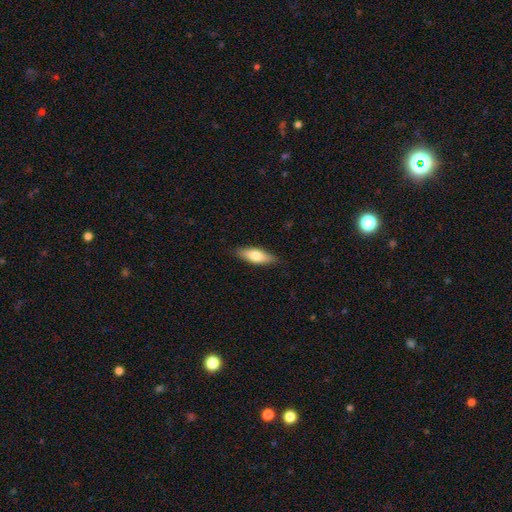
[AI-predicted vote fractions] Q: Smooth or featured?
A: smooth (70%); runner-up: featured or disk (24%)
Q: How rounded?
A: in between (63%); runner-up: cigar-shaped (34%)
Q: Merging?
A: none (86%); runner-up: minor disturbance (11%)